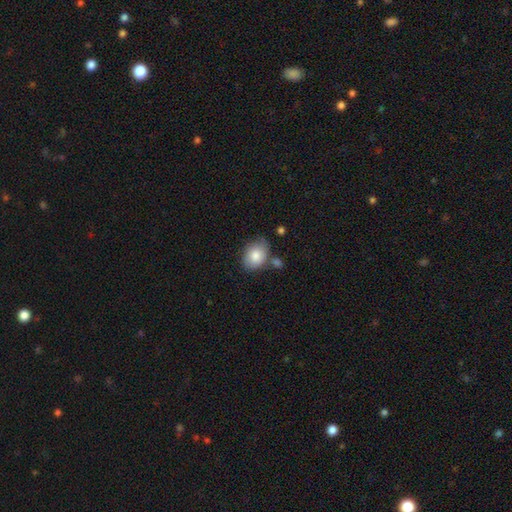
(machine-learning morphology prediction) Smooth or featured: smooth — 82% (featured or disk — 11%)
How rounded: in between — 67% (round — 32%)
Merging: none — 64% (minor disturbance — 21%)